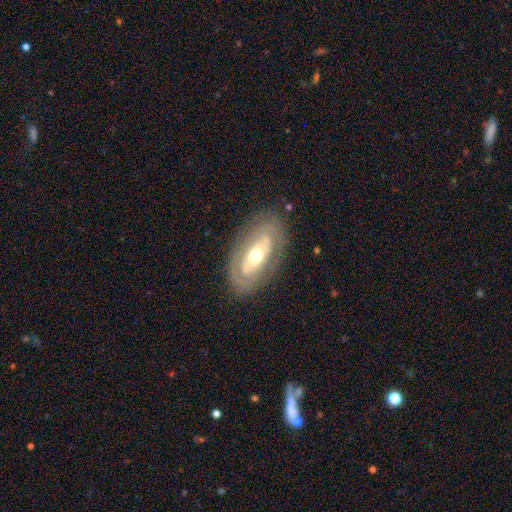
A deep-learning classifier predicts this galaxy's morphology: This appears to be a featured or disk galaxy (68%) with no bar (66%), no spiral arms (52%) and a moderate central bulge (69%). Merging: none (80%).